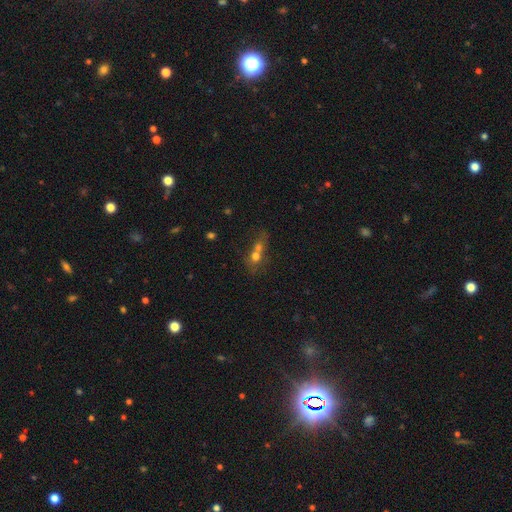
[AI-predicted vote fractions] Overall: smooth (63%). How rounded: round (57%; in between 37%). Merging: merger (67%).